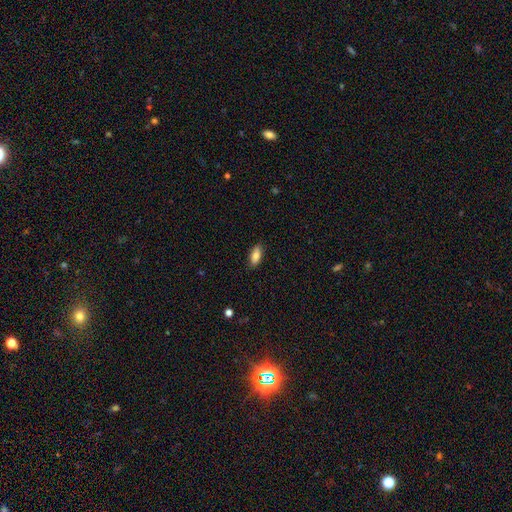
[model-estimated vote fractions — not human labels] This appears to be a smooth galaxy with no disk features (82%) that is in between round and cigar-shaped (83%). Merging: none (88%).